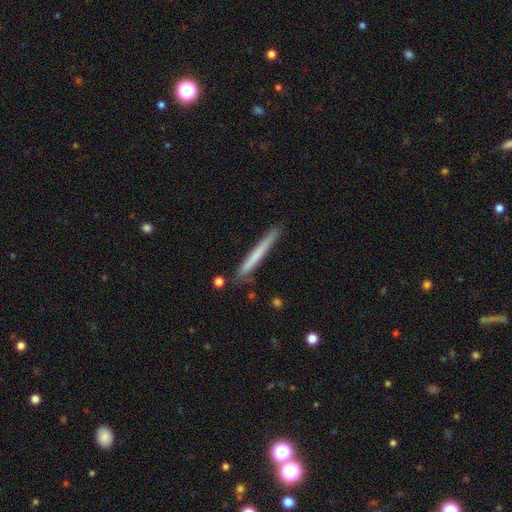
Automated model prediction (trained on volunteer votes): smooth_or_featured: smooth (p=0.64) [alt: featured or disk p=0.30]
how_rounded: cigar-shaped (p=0.97) [alt: in between p=0.02]
merging: none (p=0.84) [alt: minor disturbance p=0.11]